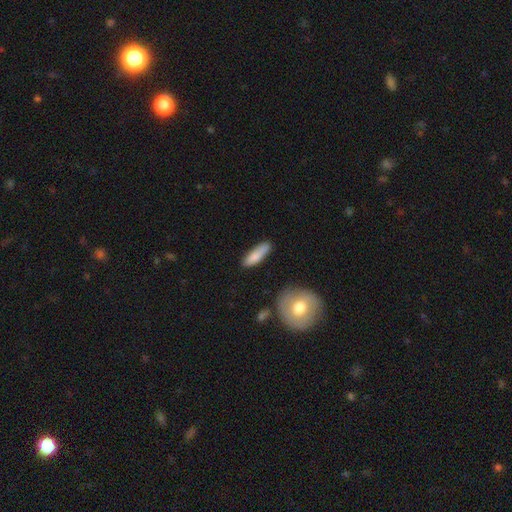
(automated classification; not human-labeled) smooth 82%, featured or disk 12%, star or artifact 6%. Down the decision tree: how rounded — cigar-shaped (57%); merging — none (78%).